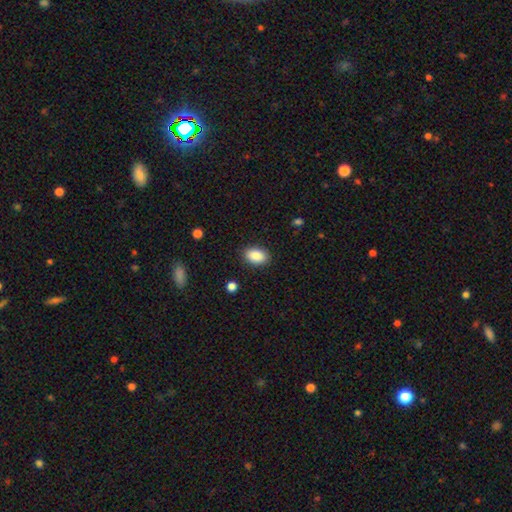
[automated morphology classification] This is clearly a smooth galaxy (88%). How rounded: clearly in between (89%). Merging: clearly none (88%).